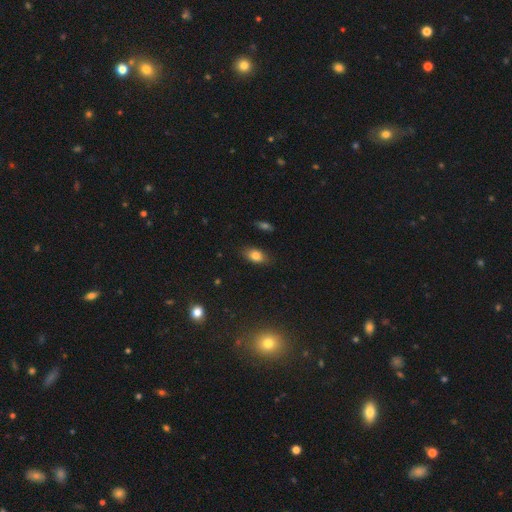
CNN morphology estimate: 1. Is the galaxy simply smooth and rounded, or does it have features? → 79% smooth, 11% featured or disk, 10% star or artifact.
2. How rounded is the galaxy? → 86% in between, 9% round, 5% cigar-shaped.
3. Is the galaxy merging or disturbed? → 84% none, 12% minor disturbance, 3% major disturbance, 1% merger.